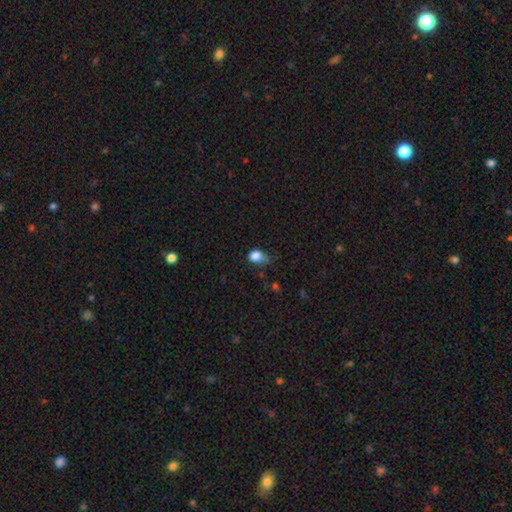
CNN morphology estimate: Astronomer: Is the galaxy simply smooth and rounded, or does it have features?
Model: smooth — 82%.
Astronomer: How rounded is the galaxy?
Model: in between — 57% (runner-up: round, 41%).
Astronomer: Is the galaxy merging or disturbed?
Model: minor disturbance — 44% (runner-up: none, 31%).